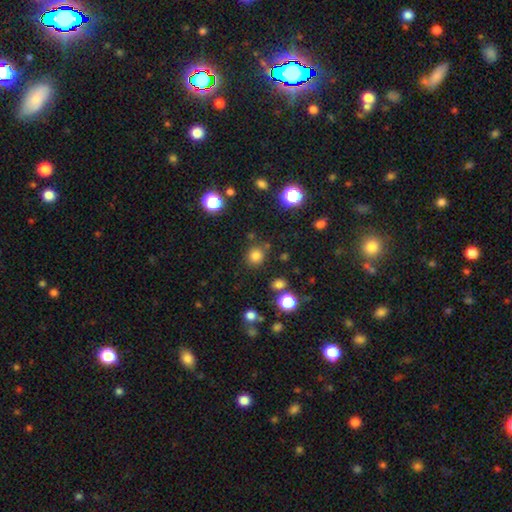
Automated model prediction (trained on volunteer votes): Smooth or featured: smooth — 80% (star or artifact — 15%)
How rounded: round — 86% (in between — 13%)
Merging: none — 82% (minor disturbance — 9%)